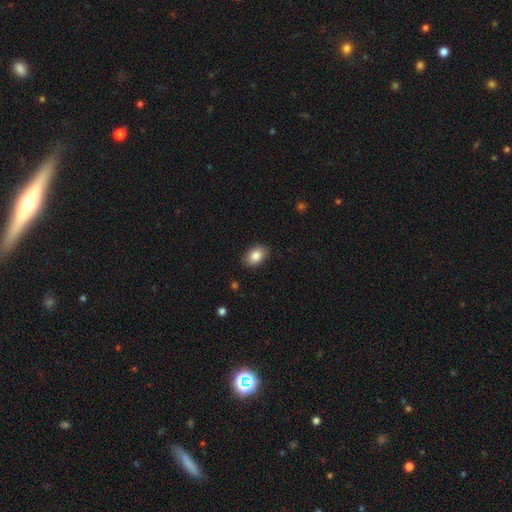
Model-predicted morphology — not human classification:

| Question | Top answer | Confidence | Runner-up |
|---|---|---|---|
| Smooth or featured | smooth | 86% | star or artifact (7%) |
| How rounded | in between | 87% | round (11%) |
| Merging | none | 88% | minor disturbance (9%) |